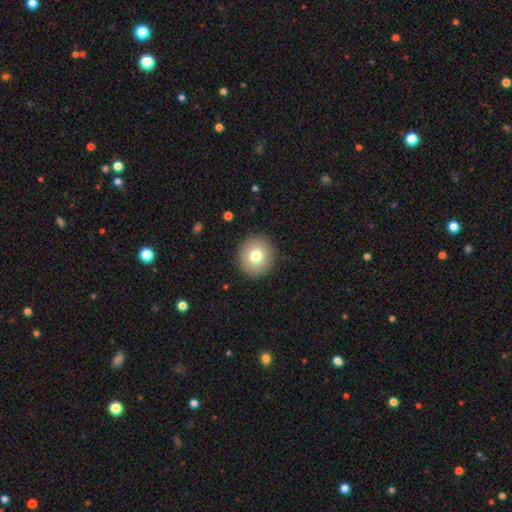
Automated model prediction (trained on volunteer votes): Smooth or featured?
  - smooth: 77% *
  - featured or disk: 13%
  - star or artifact: 10%
How rounded?
  - round: 91% *
  - in between: 8%
  - cigar-shaped: 1%
Merging?
  - none: 91% *
  - minor disturbance: 6%
  - major disturbance: 2%
  - merger: 1%